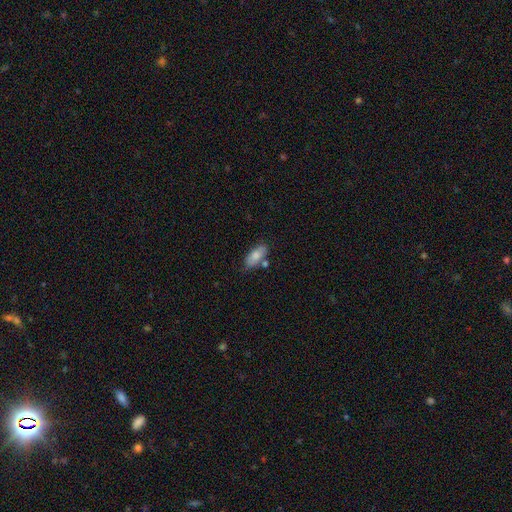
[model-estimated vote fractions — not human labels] Smooth or featured?
  - smooth: 80% *
  - featured or disk: 13%
  - star or artifact: 7%
How rounded?
  - in between: 86% *
  - cigar-shaped: 12%
  - round: 3%
Merging?
  - none: 69% *
  - minor disturbance: 17%
  - merger: 10%
  - major disturbance: 4%